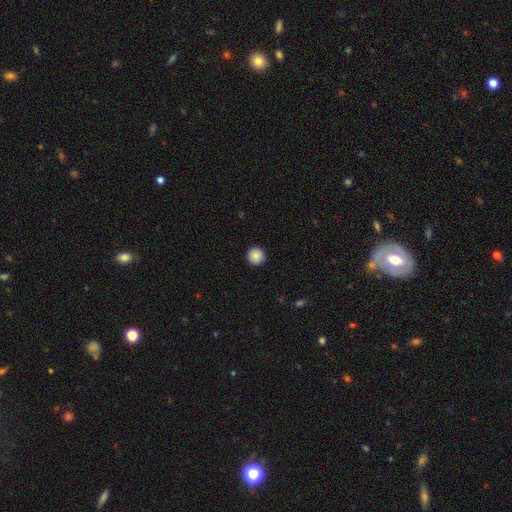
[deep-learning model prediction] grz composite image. It shows a smooth galaxy with no disk features (88%) that is round (96%). Merging: none (92%).